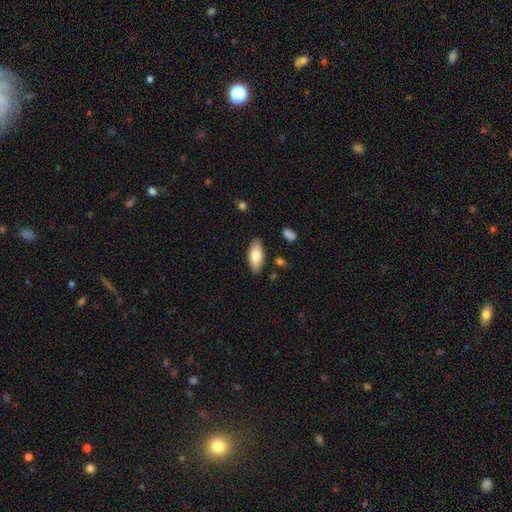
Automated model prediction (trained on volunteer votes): Smooth or featured? smooth (79%)
How rounded? in between (84%)
Merging? none (84%)